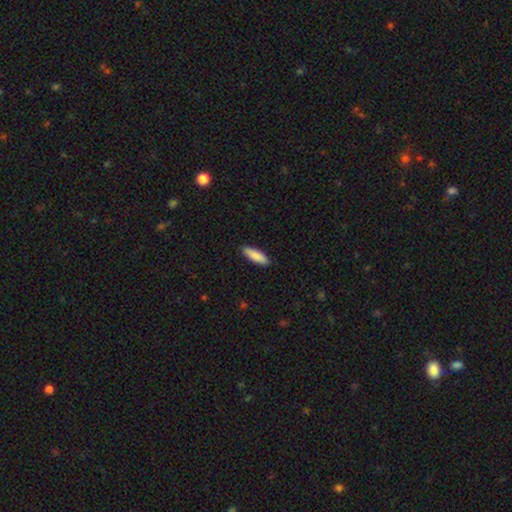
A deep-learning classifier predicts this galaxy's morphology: This is clearly a smooth galaxy (88%). How rounded: possibly cigar-shaped (56%). Merging: clearly none (90%).